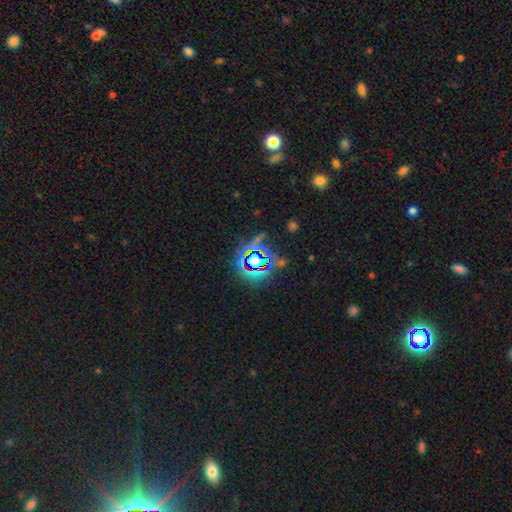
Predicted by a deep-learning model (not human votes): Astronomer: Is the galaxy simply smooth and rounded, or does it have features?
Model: star or artifact — 78%.